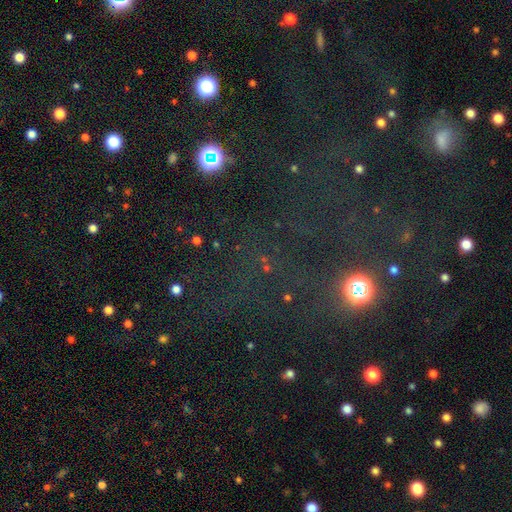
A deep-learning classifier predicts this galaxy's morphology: A star or artifact, not a galaxy (70%).